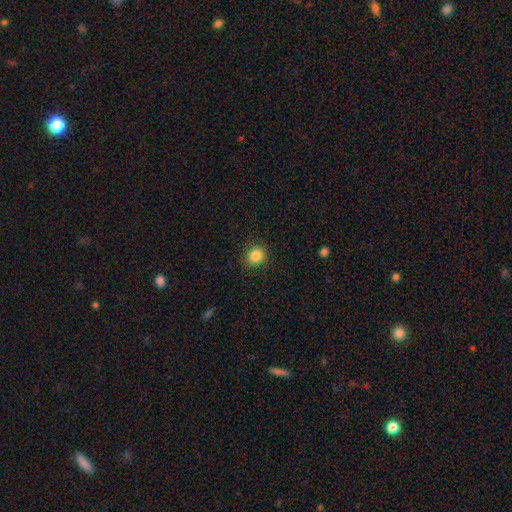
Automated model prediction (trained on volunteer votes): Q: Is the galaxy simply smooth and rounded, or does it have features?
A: smooth — 85%.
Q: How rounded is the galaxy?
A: round — 81%.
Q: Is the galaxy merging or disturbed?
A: none — 88%.